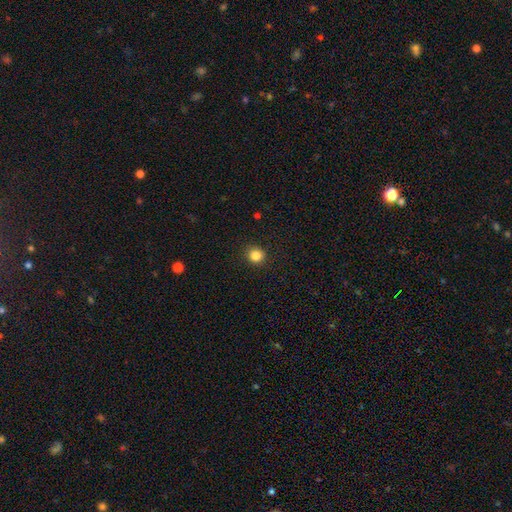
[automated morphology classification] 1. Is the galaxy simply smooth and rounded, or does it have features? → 85% smooth, 11% star or artifact, 4% featured or disk.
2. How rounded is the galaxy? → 90% round, 9% in between, 1% cigar-shaped.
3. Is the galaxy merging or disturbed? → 92% none, 6% minor disturbance, 2% major disturbance, 1% merger.